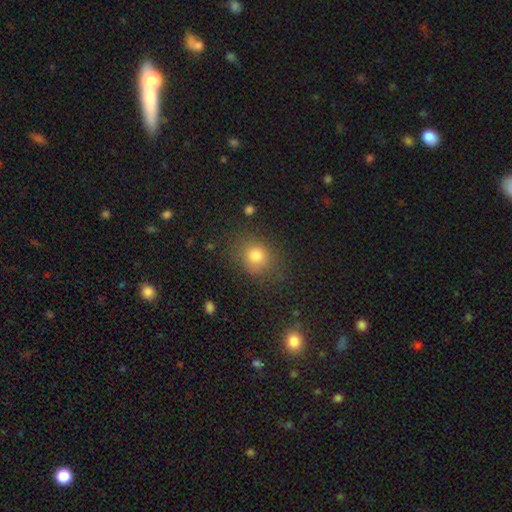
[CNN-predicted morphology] type=smooth (78%); roundness=round (73%); merging=none (79%).